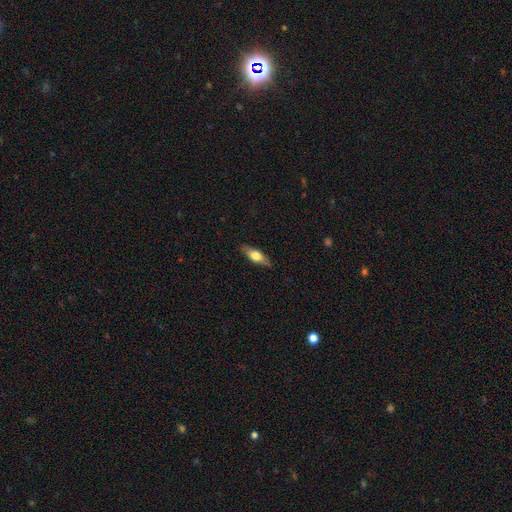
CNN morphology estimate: Smooth or featured: smooth — 53% (featured or disk — 41%)
How rounded: in between — 56% (cigar-shaped — 41%)
Merging: none — 86% (minor disturbance — 11%)